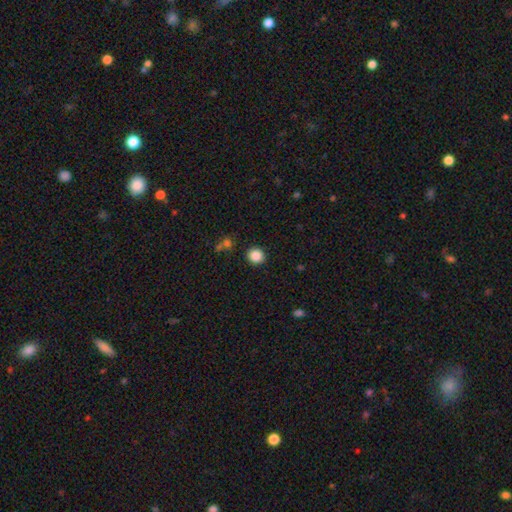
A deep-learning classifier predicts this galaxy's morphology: Smooth or featured?
  - smooth: 86% *
  - star or artifact: 10%
  - featured or disk: 3%
How rounded?
  - round: 90% *
  - in between: 9%
  - cigar-shaped: 1%
Merging?
  - none: 89% *
  - minor disturbance: 6%
  - merger: 2%
  - major disturbance: 2%